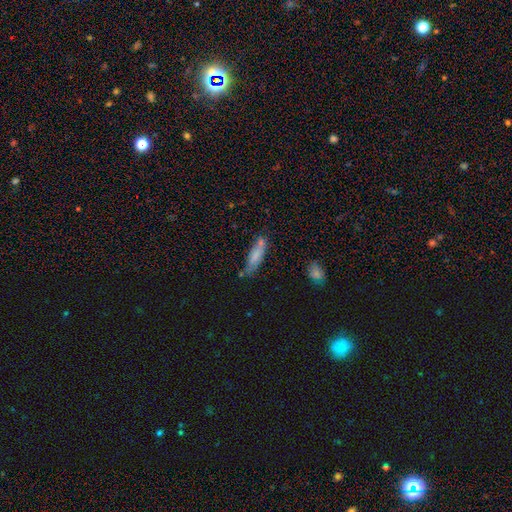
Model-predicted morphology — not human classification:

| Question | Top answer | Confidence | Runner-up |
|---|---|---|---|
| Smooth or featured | smooth | 73% | featured or disk (19%) |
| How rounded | cigar-shaped | 59% | in between (40%) |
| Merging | none | 60% | minor disturbance (23%) |